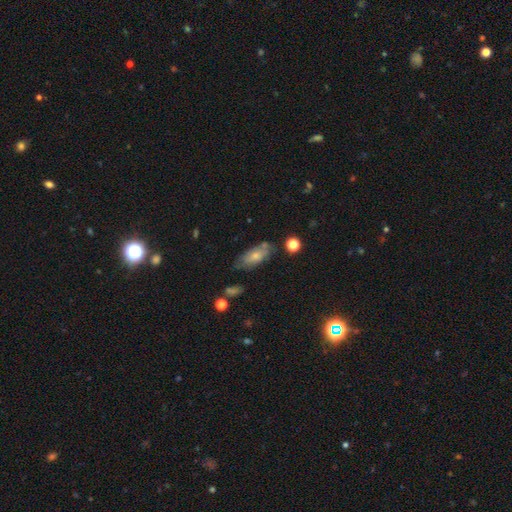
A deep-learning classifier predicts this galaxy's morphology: smooth 67%, featured or disk 26%, star or artifact 7%. Down the decision tree: how rounded — in between (82%); merging — none (58%).